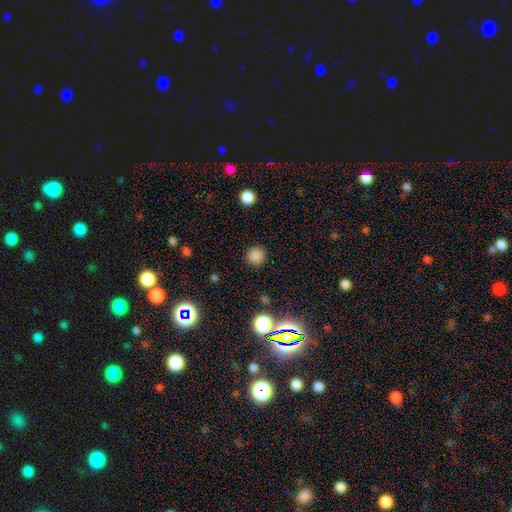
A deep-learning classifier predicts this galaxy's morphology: This appears to be a smooth galaxy with no disk features (83%) that is round (94%). Merging: none (90%).